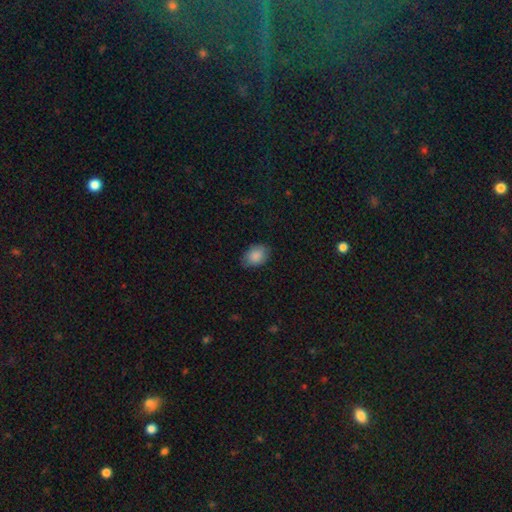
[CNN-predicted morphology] smooth-or-featured: smooth: 88% | star or artifact: 7% | featured or disk: 5%
  how-rounded: in between: 81% | round: 18% | cigar-shaped: 1%
  merging: none: 75% | minor disturbance: 20% | major disturbance: 4% | merger: 1%